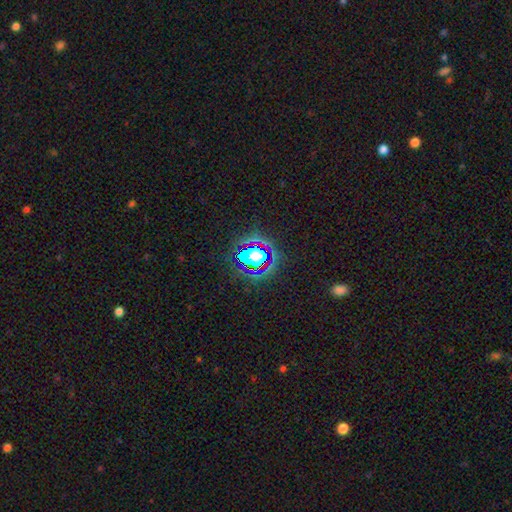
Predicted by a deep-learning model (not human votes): smooth_or_featured: star or artifact (p=0.59) [alt: smooth p=0.27]